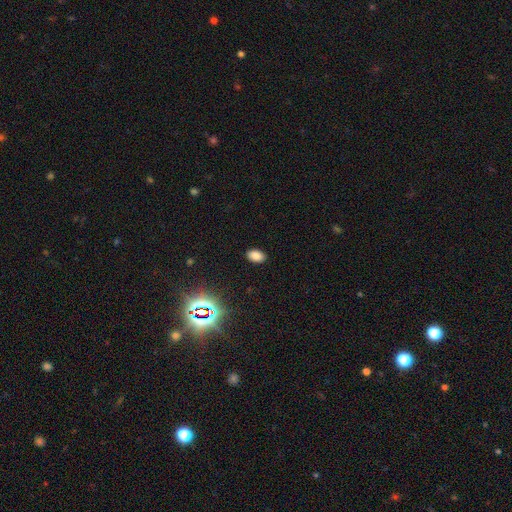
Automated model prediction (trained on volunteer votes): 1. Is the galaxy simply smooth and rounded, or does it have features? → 81% smooth, 15% star or artifact, 4% featured or disk.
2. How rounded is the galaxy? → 89% in between, 9% round, 1% cigar-shaped.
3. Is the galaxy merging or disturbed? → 89% none, 8% minor disturbance, 2% major disturbance, 1% merger.